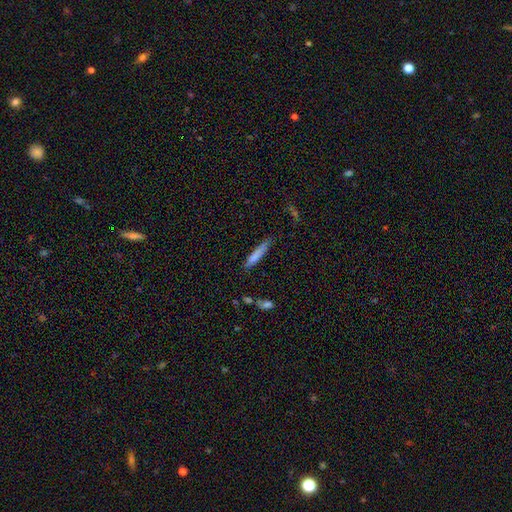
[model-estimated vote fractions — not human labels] smooth_or_featured: smooth (p=0.77) [alt: featured or disk p=0.16]
how_rounded: cigar-shaped (p=0.90) [alt: in between p=0.09]
merging: none (p=0.70) [alt: minor disturbance p=0.22]